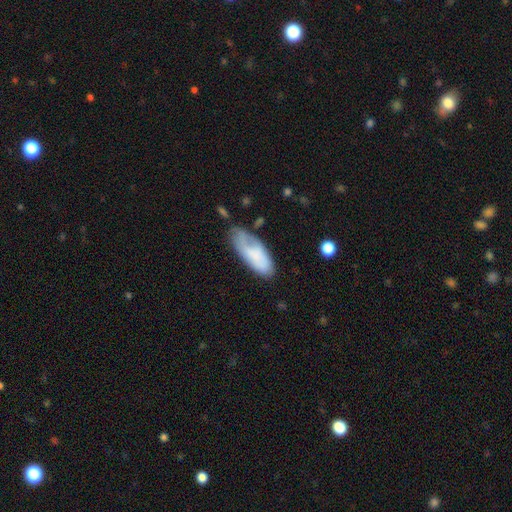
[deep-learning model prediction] This is likely a smooth galaxy (65%). How rounded: likely in between (80%). Merging: possibly none (51%).